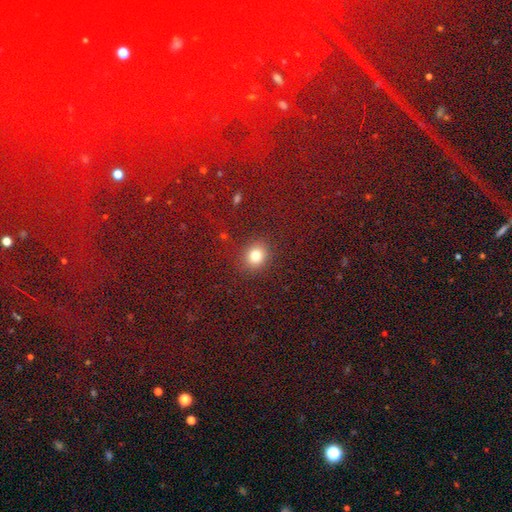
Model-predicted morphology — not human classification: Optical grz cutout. It shows a smooth galaxy with no disk features (77%) that is round (76%). Merging: none (86%).